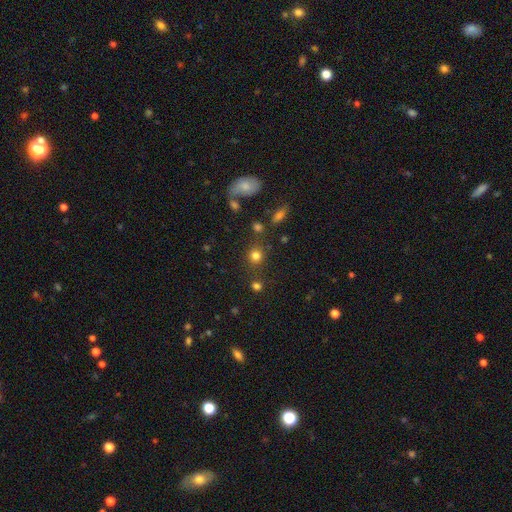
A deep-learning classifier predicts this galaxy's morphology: This is likely a smooth galaxy (78%). How rounded: clearly round (85%). Merging: likely none (78%).